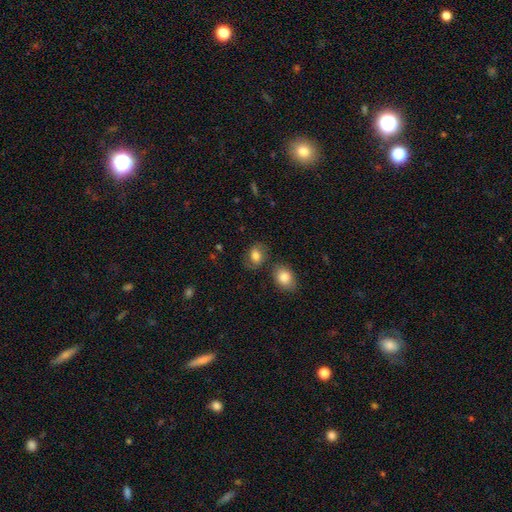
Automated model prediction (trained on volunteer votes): A smooth galaxy with no disk features (74%) that is in between round and cigar-shaped (65%).

Vote fractions:
- Smooth or featured? smooth: 74% / featured or disk: 17% / star or artifact: 9%
- How rounded? in between: 65% / round: 34% / cigar-shaped: 1%
- Merging? none: 66% / minor disturbance: 18% / merger: 9% / major disturbance: 7%